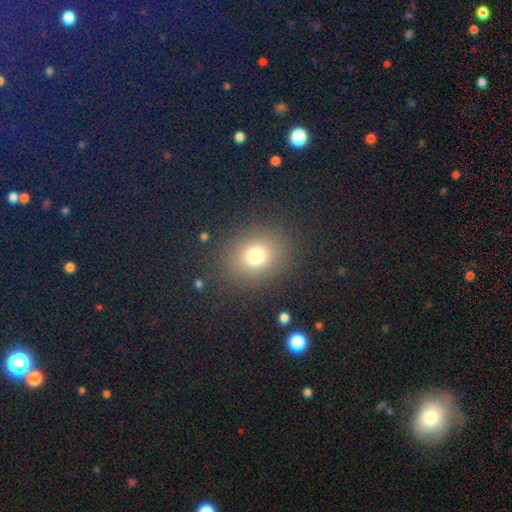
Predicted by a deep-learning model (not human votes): Overall: smooth (74%). How rounded: round (68%; in between 31%). Merging: none (86%).